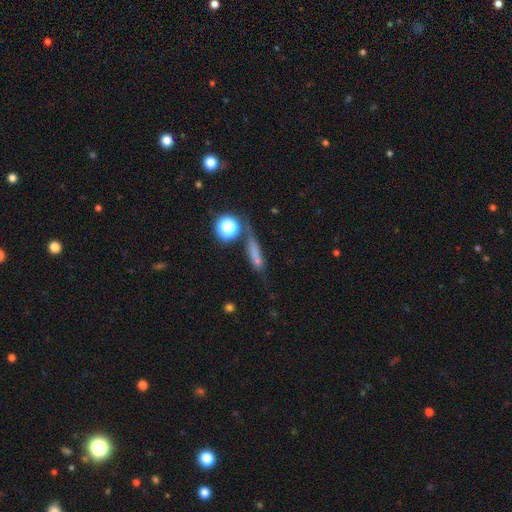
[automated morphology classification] This appears to be a smooth galaxy with no disk features (49%). Merging: none (58%).